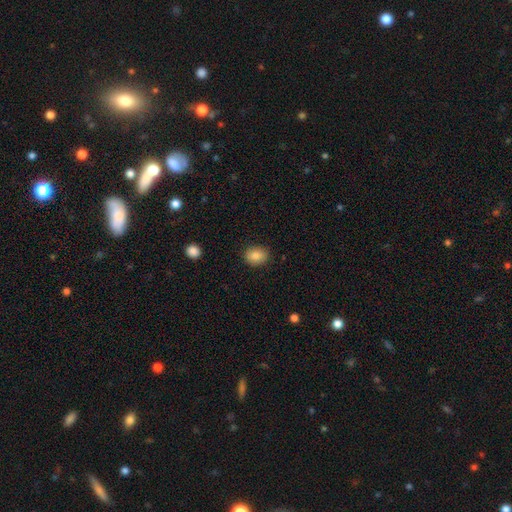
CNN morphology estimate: Overall: smooth (85%). How rounded: in between (56%; round 43%). Merging: none (87%).